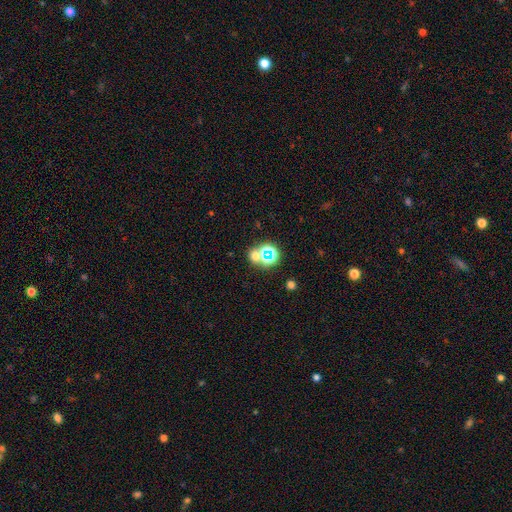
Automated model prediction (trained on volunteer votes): smooth 46%, star or artifact 43%, featured or disk 11%. Down the decision tree: merging — none (58%).